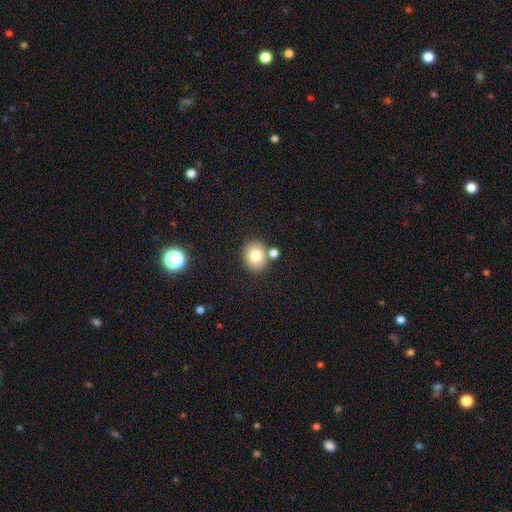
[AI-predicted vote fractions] A smooth galaxy with no disk features (78%) that is round (61%). Merging: none (74%).